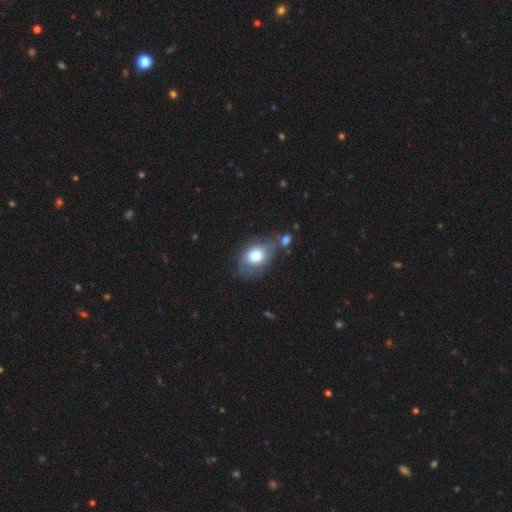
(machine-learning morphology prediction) smooth_or_featured: smooth (p=0.67) [alt: featured or disk p=0.26]
how_rounded: in between (p=0.79) [alt: round p=0.19]
merging: none (p=0.40) [alt: minor disturbance p=0.28]